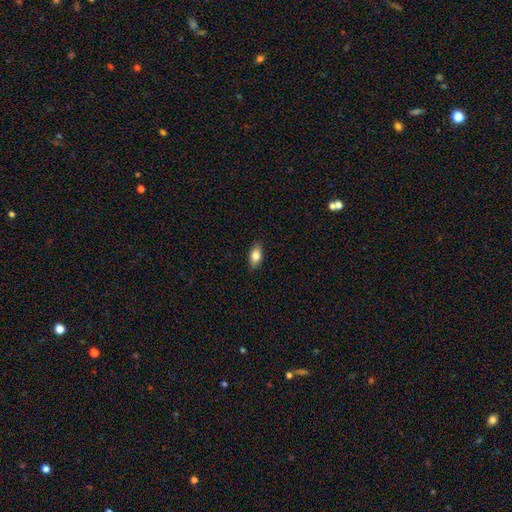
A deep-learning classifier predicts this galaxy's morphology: A smooth galaxy with no disk features (80%) that is in between round and cigar-shaped (88%).

Vote fractions:
- Smooth or featured? smooth: 80% / featured or disk: 12% / star or artifact: 7%
- How rounded? in between: 88% / cigar-shaped: 8% / round: 5%
- Merging? none: 88% / minor disturbance: 9% / major disturbance: 2% / merger: 1%